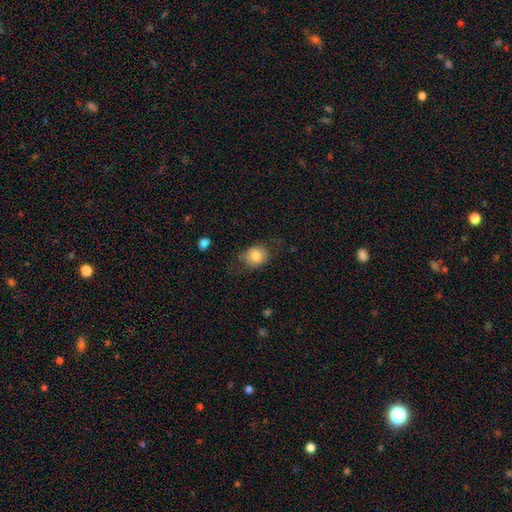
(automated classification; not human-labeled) Morphology: type=smooth (79%); roundness=round (62%); merging=none (66%).